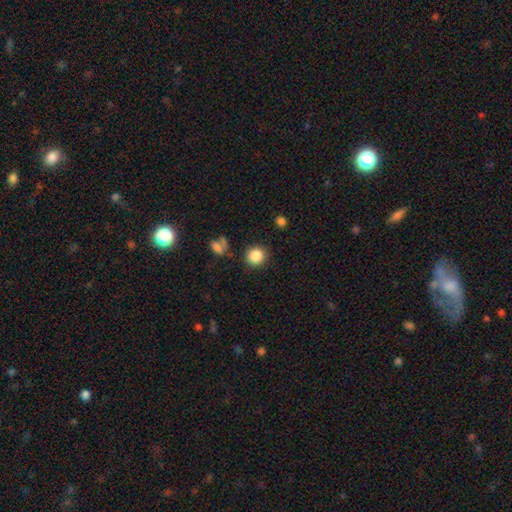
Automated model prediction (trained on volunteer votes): Smooth or featured: smooth — 86% (star or artifact — 10%)
How rounded: round — 89% (in between — 10%)
Merging: none — 86% (minor disturbance — 8%)